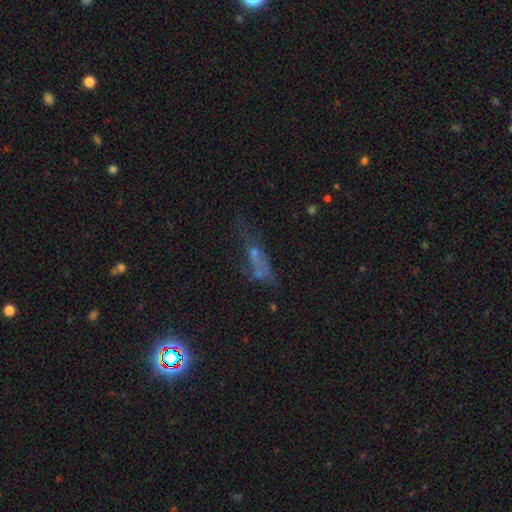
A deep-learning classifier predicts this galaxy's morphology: Overall: smooth (38%; featured or disk 33%). Merging: none (37%; major disturbance 28%).